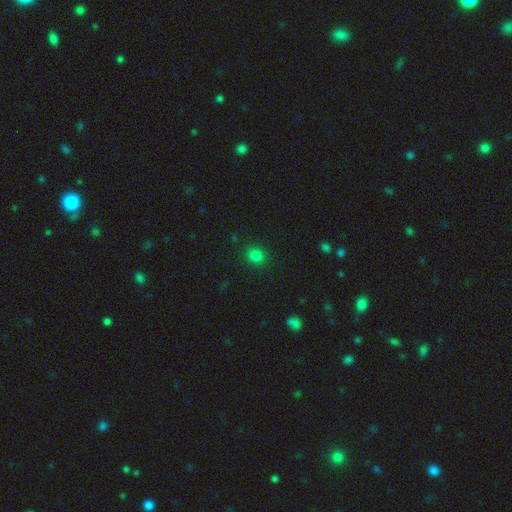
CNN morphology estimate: This appears to be a smooth galaxy with no disk features (81%) that is round (82%). Merging: none (90%).